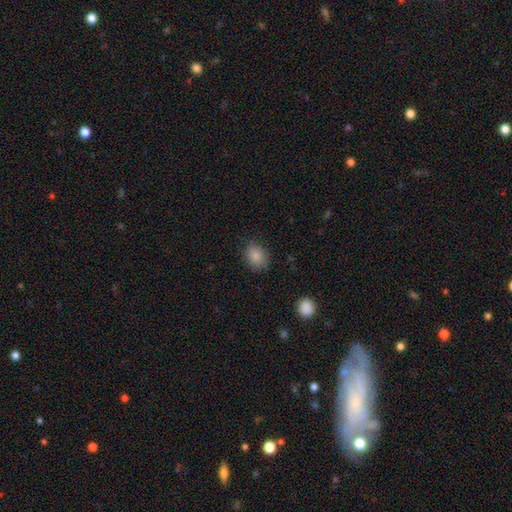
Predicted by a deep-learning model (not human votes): Overall: smooth (86%). How rounded: round (53%; in between 46%). Merging: none (83%).